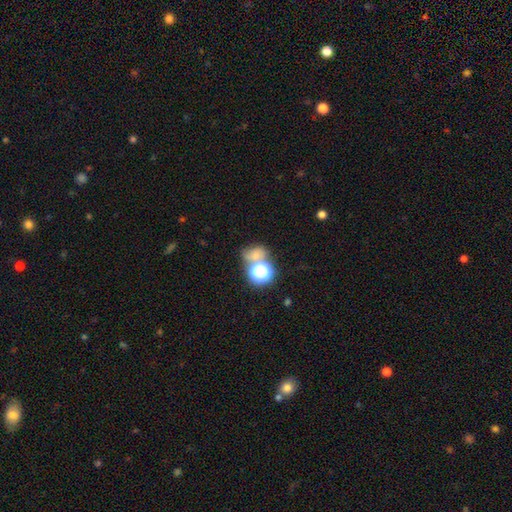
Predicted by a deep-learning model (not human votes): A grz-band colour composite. It shows a smooth galaxy with no disk features (58%) that is round (60%). Merging: none (47%).